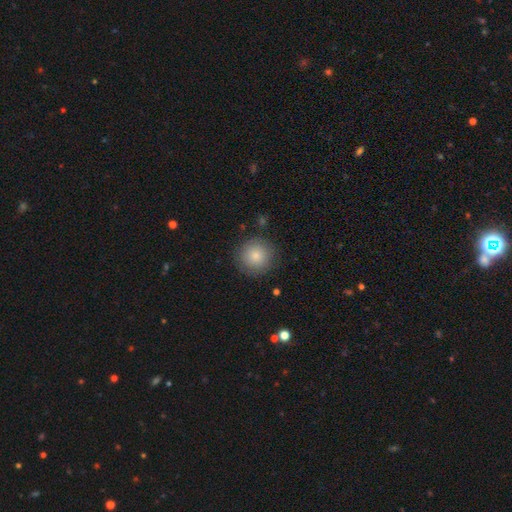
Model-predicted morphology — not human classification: Overall: smooth (84%). How rounded: round (95%). Merging: none (86%).